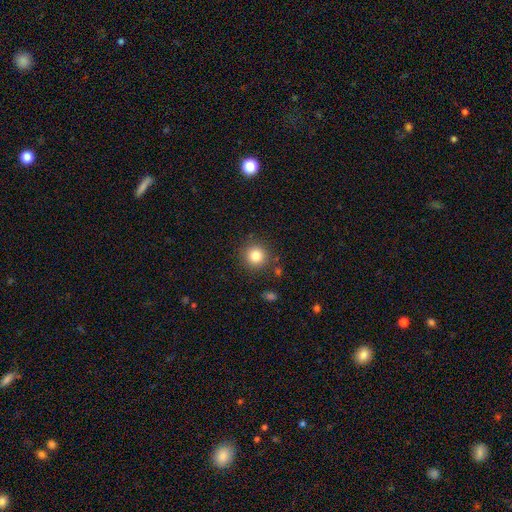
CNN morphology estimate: smooth-or-featured: smooth: 82% | star or artifact: 11% | featured or disk: 6%
  how-rounded: round: 94% | in between: 5% | cigar-shaped: 1%
  merging: none: 86% | minor disturbance: 8% | merger: 3% | major disturbance: 3%